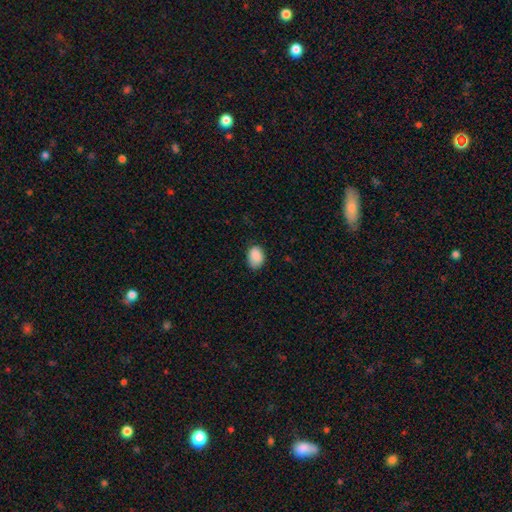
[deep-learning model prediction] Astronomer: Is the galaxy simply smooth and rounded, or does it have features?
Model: smooth — 89%.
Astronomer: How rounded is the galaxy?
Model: in between — 79%.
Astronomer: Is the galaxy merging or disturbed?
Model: none — 72%.